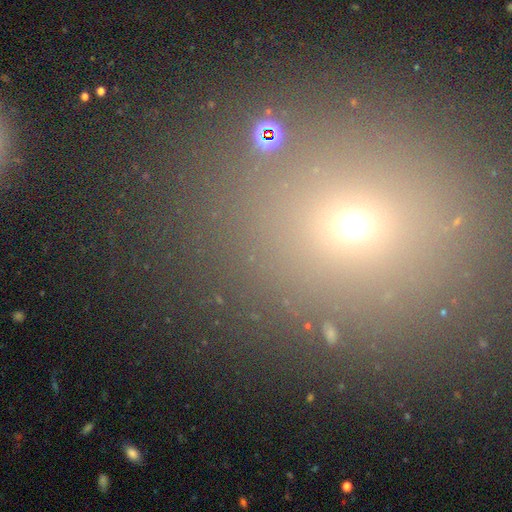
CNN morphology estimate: Smooth or featured: smooth — 48% (star or artifact — 42%)
Merging: none — 83% (minor disturbance — 8%)